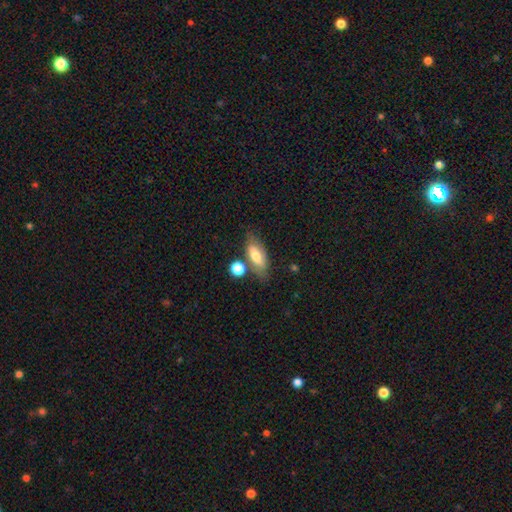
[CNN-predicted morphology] Smooth or featured? Predicted: smooth (p=0.58). How rounded? Predicted: in between (p=0.75). Merging? Predicted: none (p=0.64).